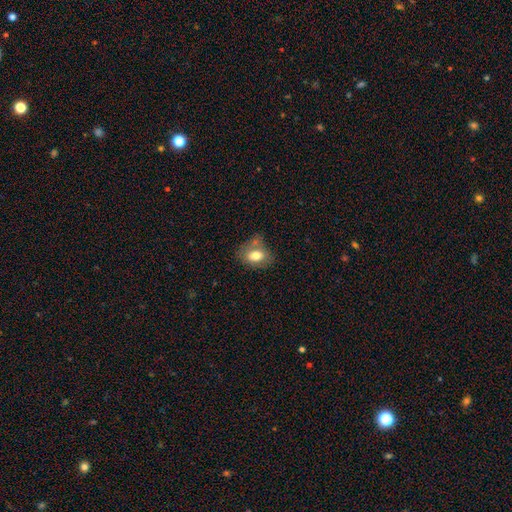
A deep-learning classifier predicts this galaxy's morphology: smooth-or-featured: smooth: 75% | featured or disk: 17% | star or artifact: 8%
  how-rounded: in between: 75% | round: 24% | cigar-shaped: 1%
  merging: none: 51% | minor disturbance: 24% | merger: 16% | major disturbance: 9%